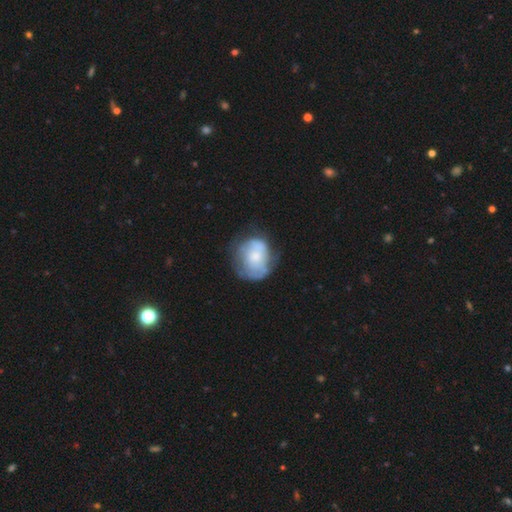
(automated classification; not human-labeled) Smooth or featured? smooth (49%)
Merging? none (47%)